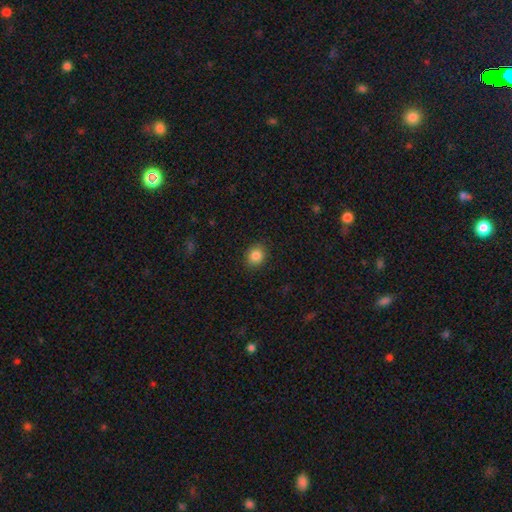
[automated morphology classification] Smooth or featured? Predicted: smooth (p=0.86). How rounded? Predicted: round (p=0.66). Merging? Predicted: none (p=0.89).